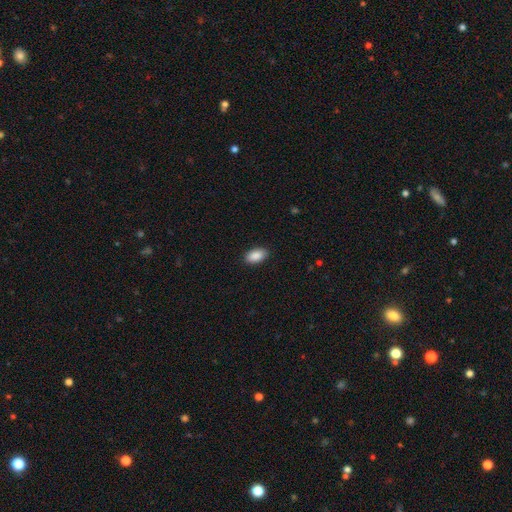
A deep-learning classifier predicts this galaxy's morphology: This is clearly a smooth galaxy (90%). How rounded: clearly in between (94%). Merging: clearly none (89%).